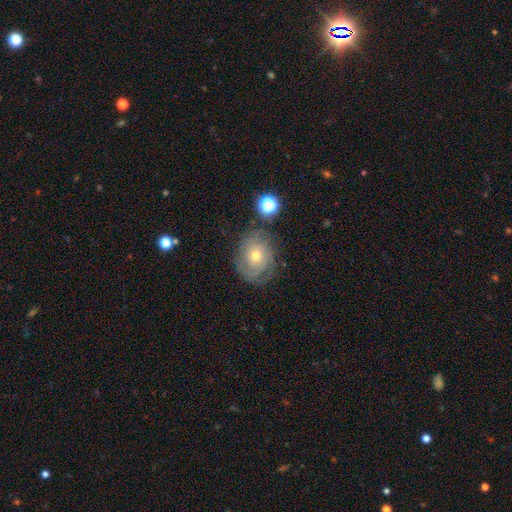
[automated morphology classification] smooth-or-featured: featured or disk: 75% | smooth: 16% | star or artifact: 10%
  disk-edge-on: no: 96% | yes: 4%
    bar: no: 80% | weak: 16% | strong: 3%
    has-spiral-arms: yes: 91% | no: 9%
      spiral-winding: tight: 70% | medium: 23% | loose: 7%
      spiral-arm-count: can't tell: 36% | 2: 22% | 3: 22% | 4: 9% | 1: 6% | more than 4: 5%
    bulge-size: moderate: 50% | small: 46% | large: 2% | none: 1% | dominant: 1%
  merging: none: 75% | minor disturbance: 16% | major disturbance: 7% | merger: 3%